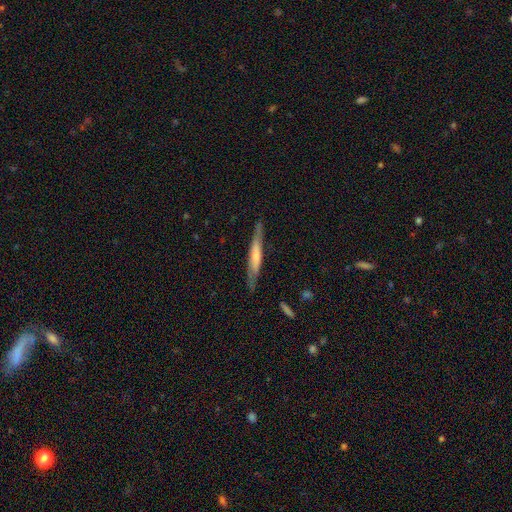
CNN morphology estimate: featured or disk 51%, smooth 44%, star or artifact 5%. Down the decision tree: edge-on disk — yes (90%); merging — none (82%).